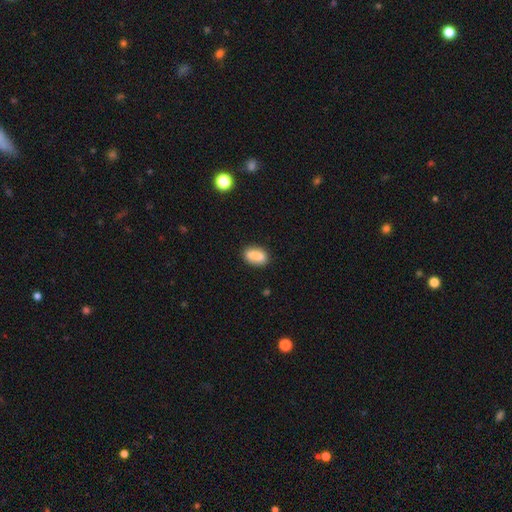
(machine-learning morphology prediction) This is clearly a smooth galaxy (83%). How rounded: likely in between (80%). Merging: clearly none (83%).